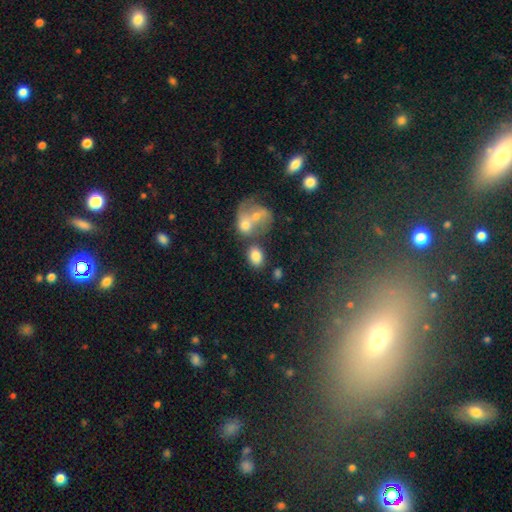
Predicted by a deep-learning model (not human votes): Morphology: type=smooth (80%); roundness=in between (76%); merging=none (52%).